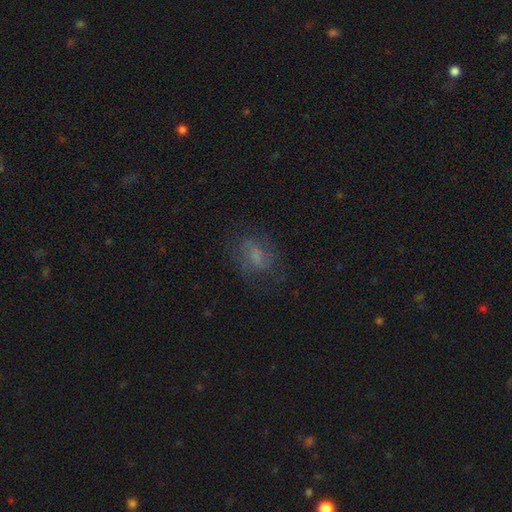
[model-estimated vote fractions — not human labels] Smooth or featured? smooth (48%)
Merging? none (64%)